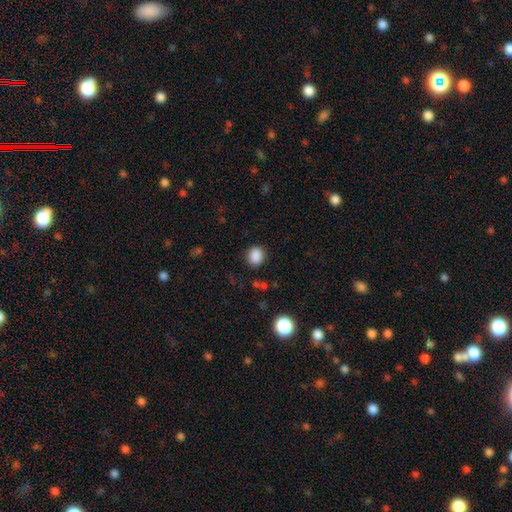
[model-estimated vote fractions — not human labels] Morphology: type=smooth (87%); roundness=round (69%); merging=none (85%).